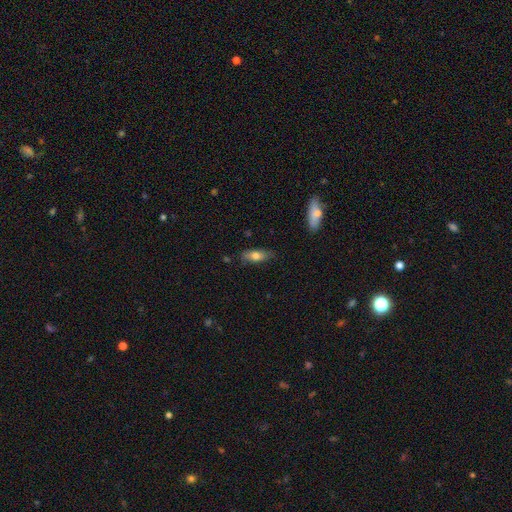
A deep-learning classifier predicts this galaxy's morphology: Smooth or featured?
  - smooth: 72% *
  - featured or disk: 22%
  - star or artifact: 7%
How rounded?
  - in between: 70% *
  - cigar-shaped: 27%
  - round: 3%
Merging?
  - none: 80% *
  - minor disturbance: 16%
  - major disturbance: 3%
  - merger: 2%